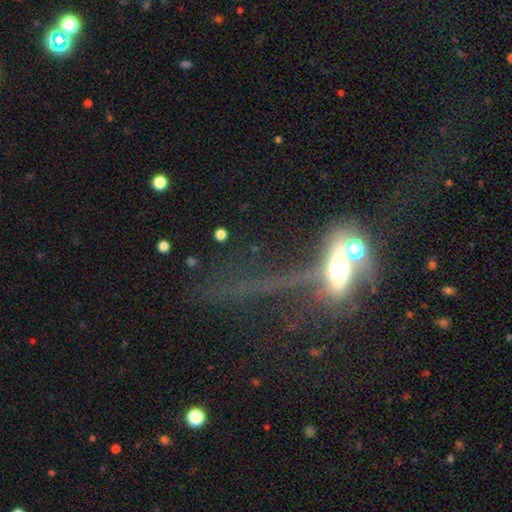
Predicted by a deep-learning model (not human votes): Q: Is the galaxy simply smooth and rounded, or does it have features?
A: featured or disk — 46%.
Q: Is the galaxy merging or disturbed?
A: merger — 43%.